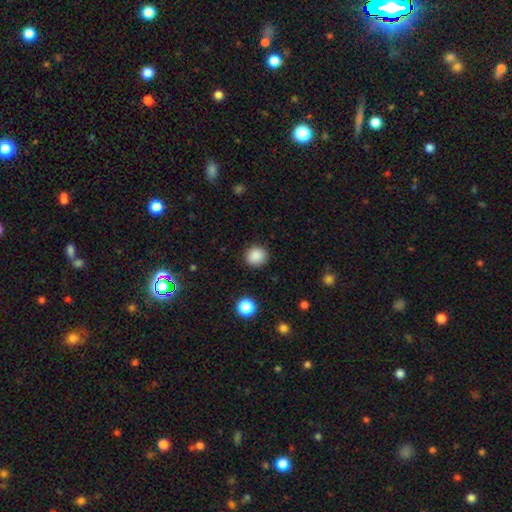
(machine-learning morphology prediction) This appears to be a smooth galaxy with no disk features (87%) that is round (88%). Merging: none (90%).